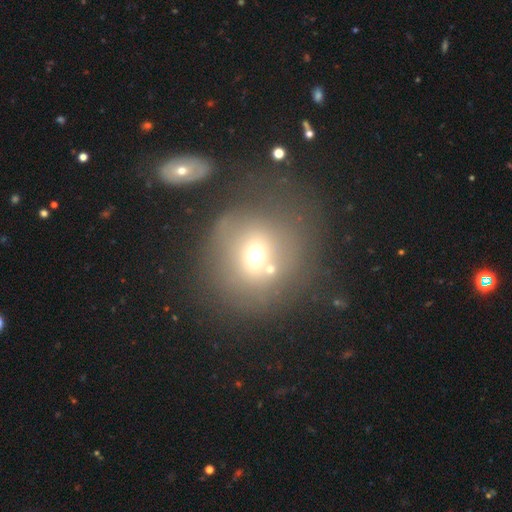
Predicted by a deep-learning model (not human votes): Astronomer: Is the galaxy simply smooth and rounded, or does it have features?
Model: smooth — 61%.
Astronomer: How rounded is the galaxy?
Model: round — 85%.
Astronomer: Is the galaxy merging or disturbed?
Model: none — 57%.